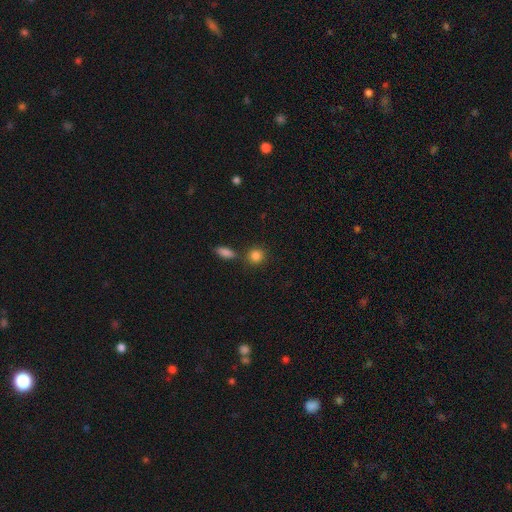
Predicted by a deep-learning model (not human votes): Smooth or featured? Predicted: smooth (p=0.84). How rounded? Predicted: round (p=0.83). Merging? Predicted: none (p=0.71).